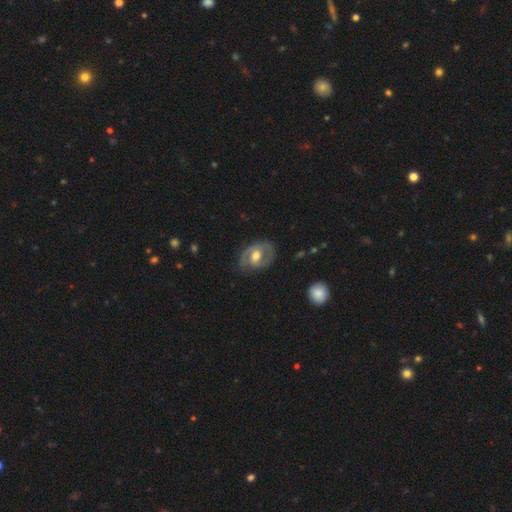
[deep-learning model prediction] Smooth or featured: featured or disk — 70% (smooth — 25%)
Edge-on disk: no — 96% (yes — 4%)
Bar: weak — 44% (no — 39%)
Spiral arms: yes — 73% (no — 27%)
Bulge size: moderate — 73% (small — 13%)
Merging: none — 69% (minor disturbance — 21%)